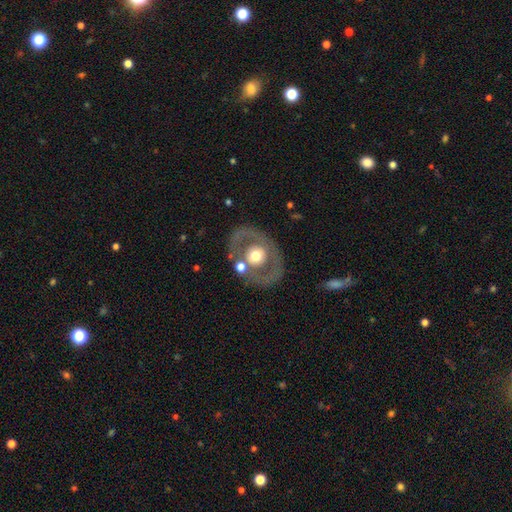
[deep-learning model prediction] This is possibly a featured or disk galaxy (57%). It is clearly not viewed edge-on (94%). Bar: clearly no (87%). Spiral arm pattern: clearly no (88%). Central bulge: likely moderate (61%). Merging: likely none (73%).